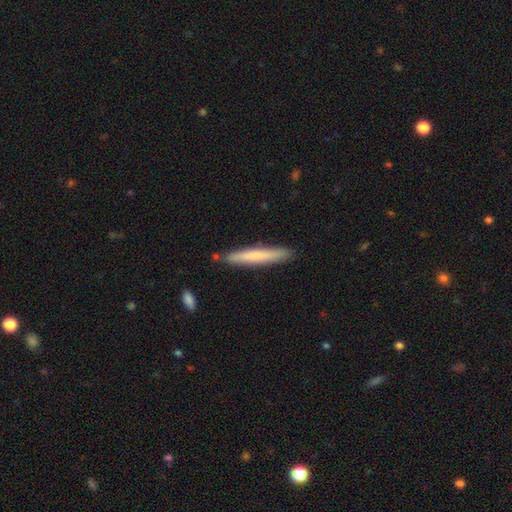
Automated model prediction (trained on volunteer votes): A smooth galaxy with no disk features (66%) that is cigar-shaped (96%). Merging: none (87%).